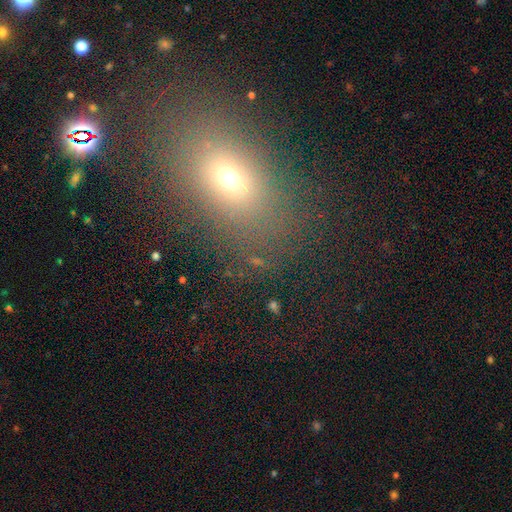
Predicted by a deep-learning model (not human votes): Morphology: type=smooth (58%); roundness=in between (65%); merging=none (74%).